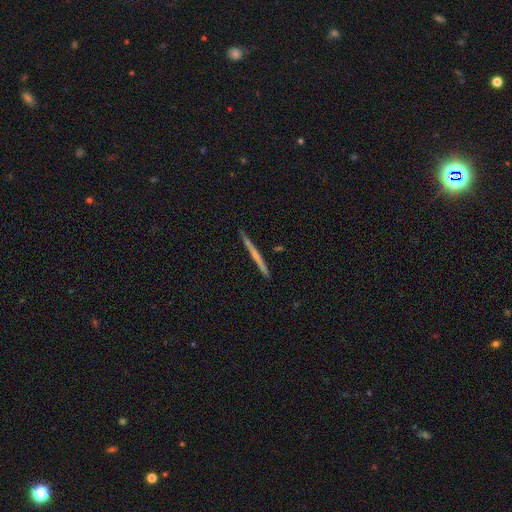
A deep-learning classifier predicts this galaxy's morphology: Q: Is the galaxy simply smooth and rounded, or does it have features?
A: featured or disk — 58%.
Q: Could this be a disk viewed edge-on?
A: yes — 98%.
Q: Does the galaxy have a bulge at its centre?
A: none — 71%.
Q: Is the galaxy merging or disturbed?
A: none — 92%.